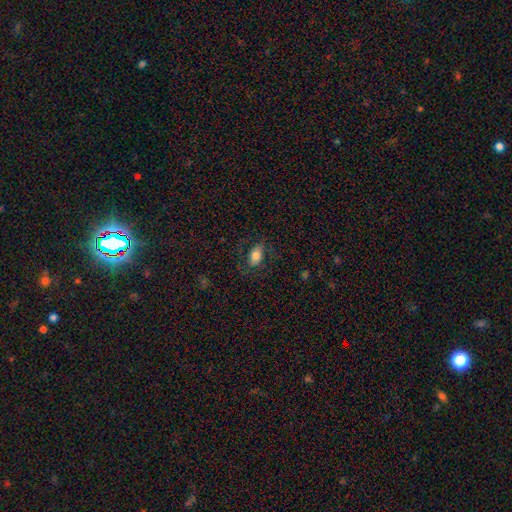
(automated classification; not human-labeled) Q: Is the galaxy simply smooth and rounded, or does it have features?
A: smooth — 75%.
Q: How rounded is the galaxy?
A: in between — 90%.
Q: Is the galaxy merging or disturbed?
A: none — 75%.